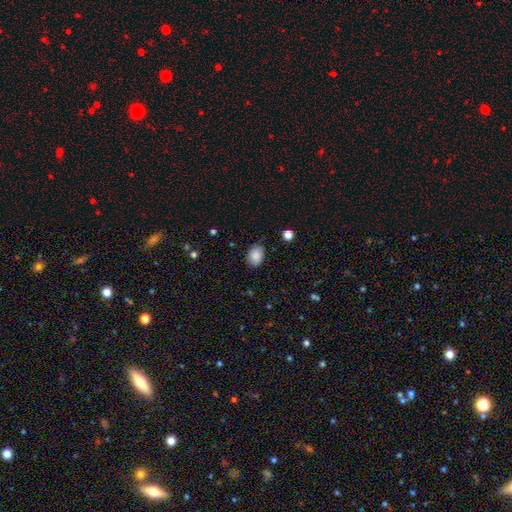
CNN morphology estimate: This is clearly a smooth galaxy (87%). How rounded: likely in between (72%). Merging: likely none (74%).